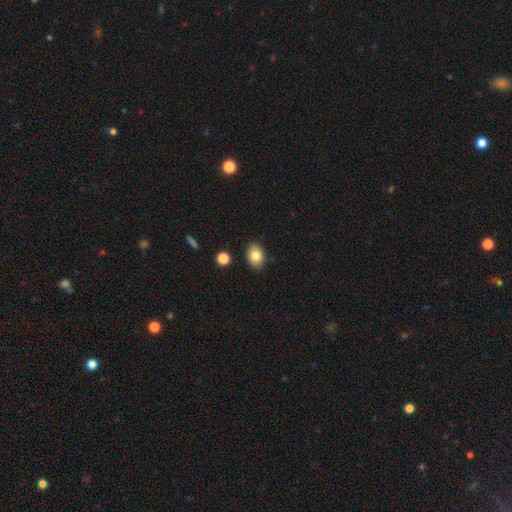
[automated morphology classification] Q: Smooth or featured?
A: smooth (81%); runner-up: featured or disk (10%)
Q: How rounded?
A: in between (73%); runner-up: round (26%)
Q: Merging?
A: none (87%); runner-up: minor disturbance (9%)